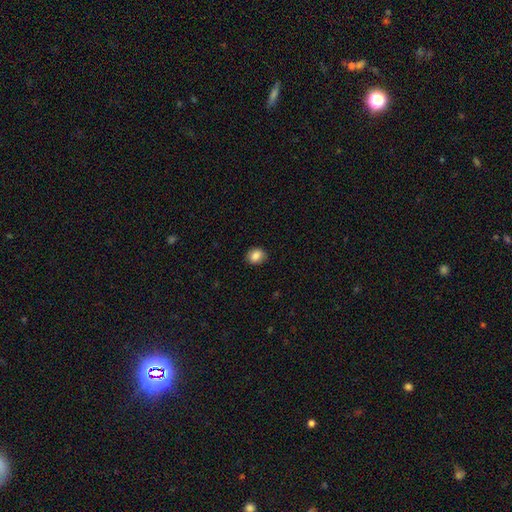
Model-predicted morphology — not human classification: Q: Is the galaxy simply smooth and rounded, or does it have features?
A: smooth — 86%.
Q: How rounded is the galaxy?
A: round — 54%.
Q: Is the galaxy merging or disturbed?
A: none — 84%.